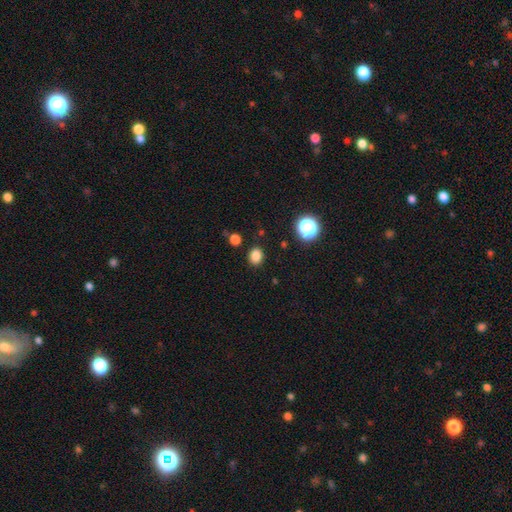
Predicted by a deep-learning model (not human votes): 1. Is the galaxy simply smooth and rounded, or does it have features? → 83% smooth, 13% star or artifact, 4% featured or disk.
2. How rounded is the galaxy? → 58% round, 41% in between, 1% cigar-shaped.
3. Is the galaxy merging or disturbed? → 87% none, 8% minor disturbance, 2% major disturbance, 2% merger.